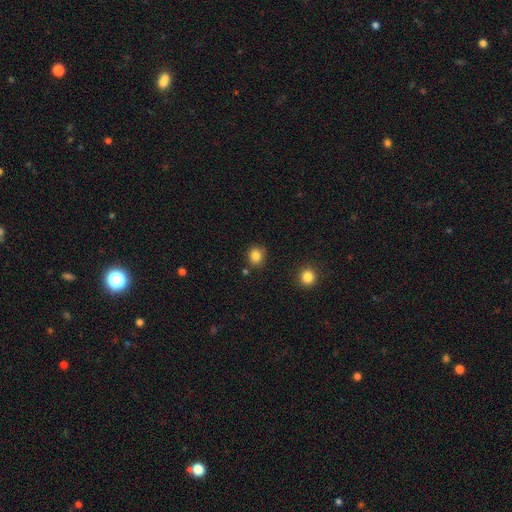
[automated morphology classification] Smooth or featured? Predicted: smooth (p=0.84). How rounded? Predicted: round (p=0.84). Merging? Predicted: none (p=0.84).